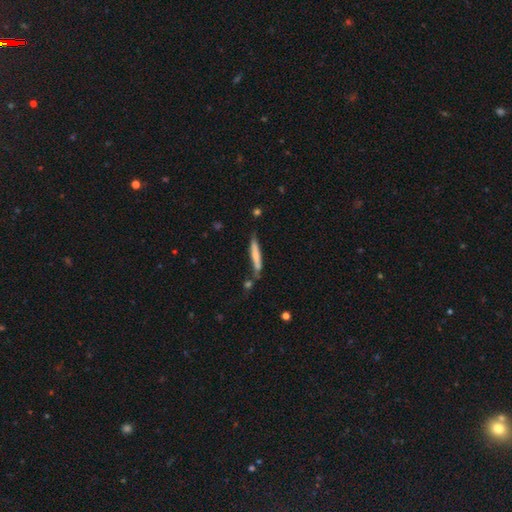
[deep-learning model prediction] The model was most divided on "smooth or featured": smooth: 60%, featured or disk: 34%, star or artifact: 6%. More confident: how rounded — cigar-shaped (93%); merging — none (65%).